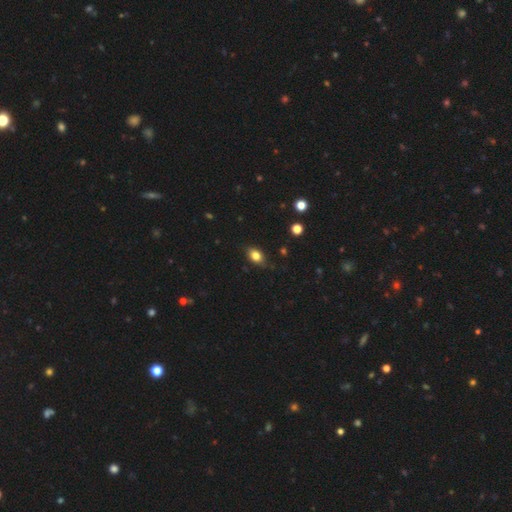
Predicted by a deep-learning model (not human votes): Q: Smooth or featured?
A: smooth (81%); runner-up: star or artifact (10%)
Q: How rounded?
A: in between (76%); runner-up: round (22%)
Q: Merging?
A: none (80%); runner-up: minor disturbance (16%)